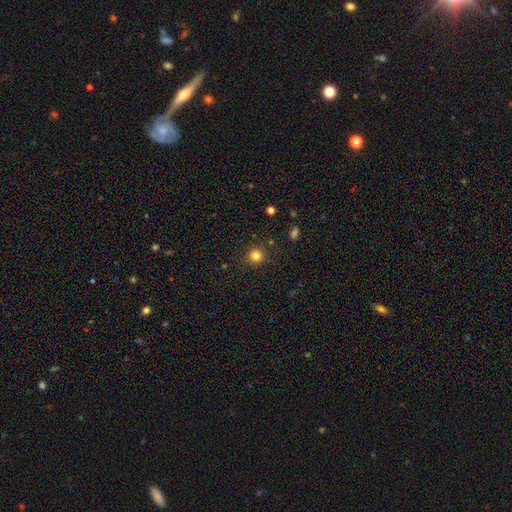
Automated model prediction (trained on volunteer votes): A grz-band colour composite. It shows a smooth galaxy with no disk features (82%) that is round (93%). Merging: none (89%).